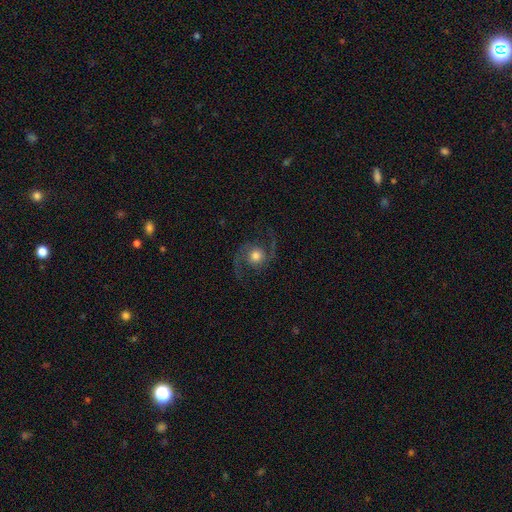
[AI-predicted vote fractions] Overall: featured or disk (86%). Edge-on disk: no (98%). Bar: no (73%). Spiral arms: yes (97%). Spiral arm count: 2 (94%). Spiral winding: loose (50%; medium 43%). Bulge size: moderate (57%; large 25%). Merging: none (78%).